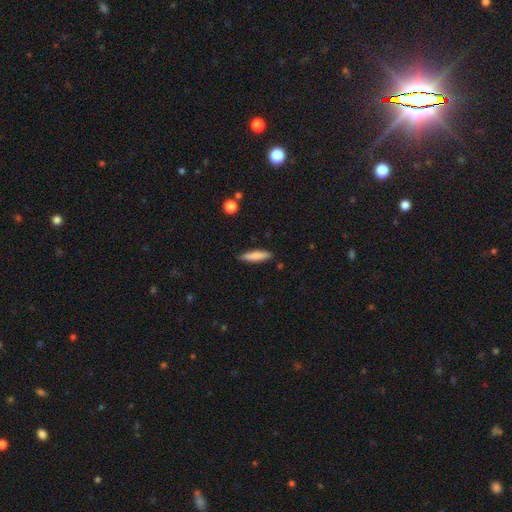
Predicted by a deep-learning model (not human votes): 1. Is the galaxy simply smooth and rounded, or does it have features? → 80% smooth, 14% featured or disk, 6% star or artifact.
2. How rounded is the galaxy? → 78% cigar-shaped, 21% in between, 2% round.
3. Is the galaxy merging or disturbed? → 87% none, 10% minor disturbance, 2% major disturbance, 2% merger.